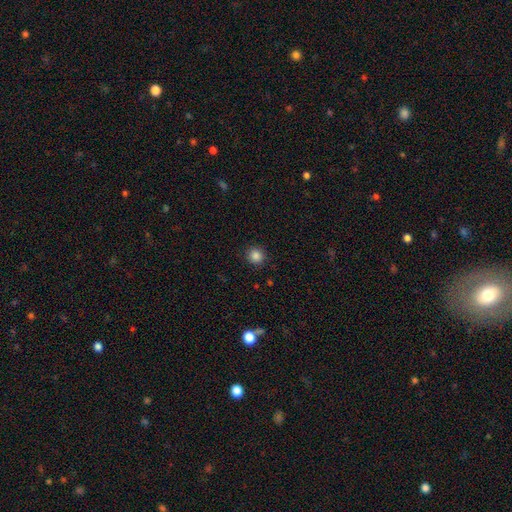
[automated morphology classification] The model was most divided on "smooth or featured": smooth: 85%, star or artifact: 11%, featured or disk: 3%. More confident: how rounded — round (93%); merging — none (90%).